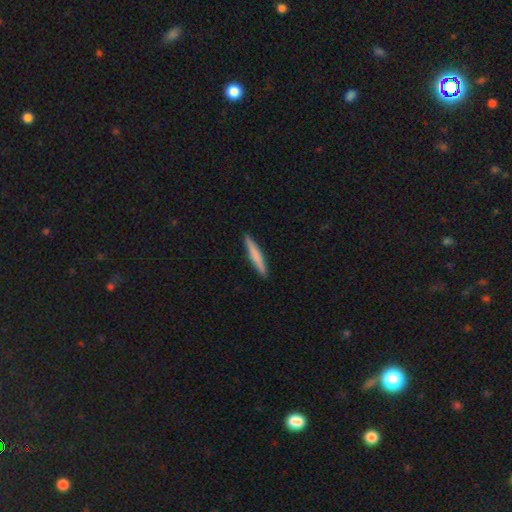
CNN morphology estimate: A smooth galaxy with no disk features (72%) that is cigar-shaped (95%). Merging: none (92%).